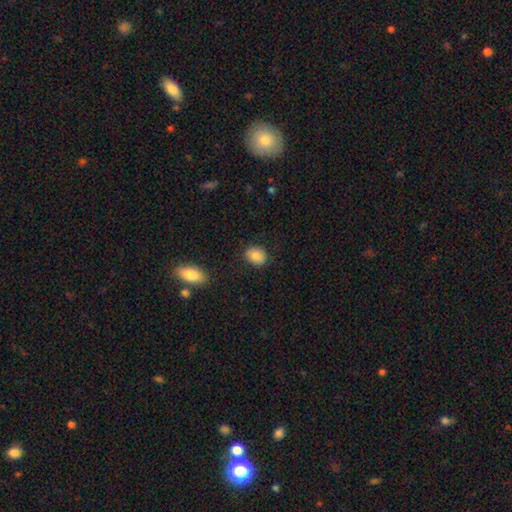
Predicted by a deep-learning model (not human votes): This appears to be a smooth galaxy with no disk features (84%) that is in between round and cigar-shaped (54%). Merging: none (85%).